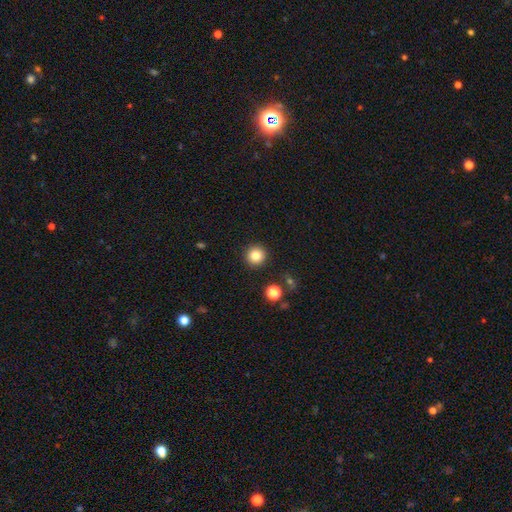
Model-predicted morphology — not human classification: A smooth galaxy with no disk features (83%) that is round (96%). Merging: none (92%).